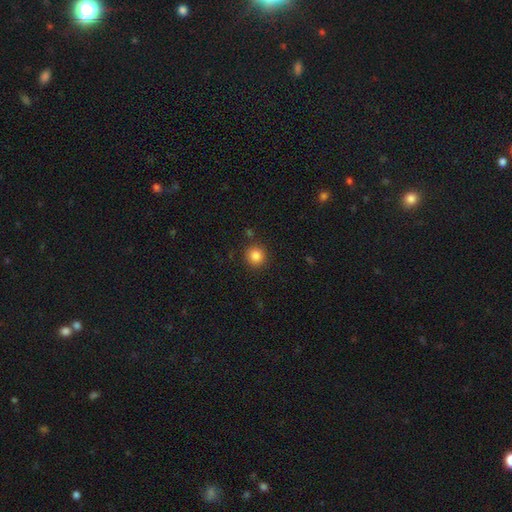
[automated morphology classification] smooth 85%, star or artifact 11%, featured or disk 4%. Down the decision tree: how rounded — round (92%); merging — none (87%).